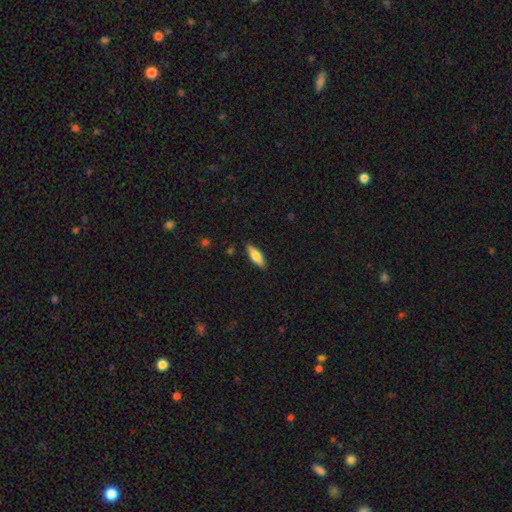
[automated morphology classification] A smooth galaxy with no disk features (73%) that is in between round and cigar-shaped (54%). Merging: none (88%).